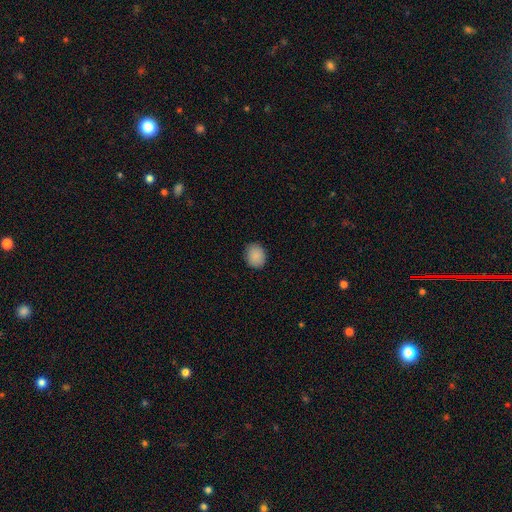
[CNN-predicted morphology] Smooth or featured? smooth (89%)
How rounded? round (60%)
Merging? none (86%)